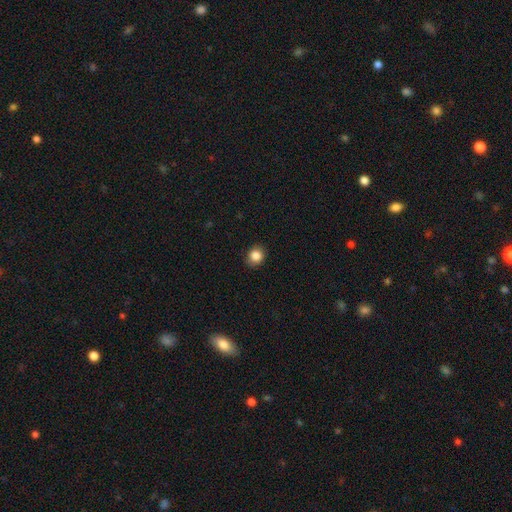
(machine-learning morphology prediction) This appears to be a smooth galaxy with no disk features (86%) that is round (77%). Merging: none (86%).